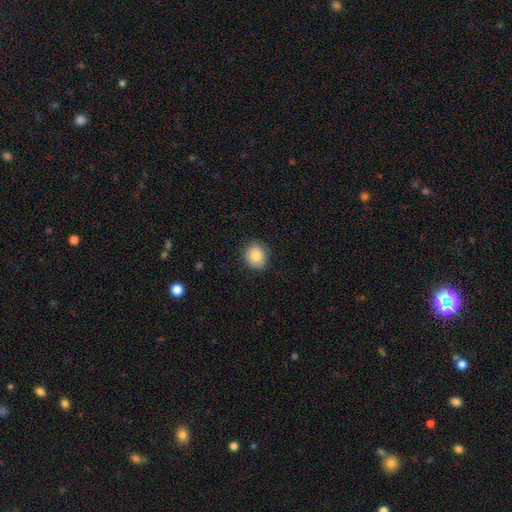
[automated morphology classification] Smooth or featured? Predicted: smooth (p=0.85). How rounded? Predicted: round (p=0.73). Merging? Predicted: none (p=0.84).